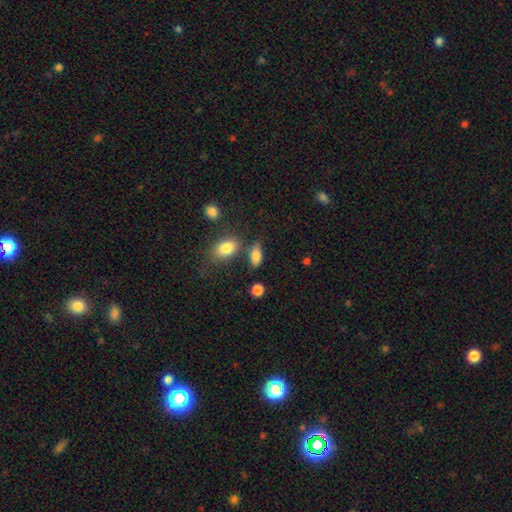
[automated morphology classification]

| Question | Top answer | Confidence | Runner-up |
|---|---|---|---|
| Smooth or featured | smooth | 80% | featured or disk (11%) |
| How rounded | in between | 82% | cigar-shaped (12%) |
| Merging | none | 64% | minor disturbance (18%) |